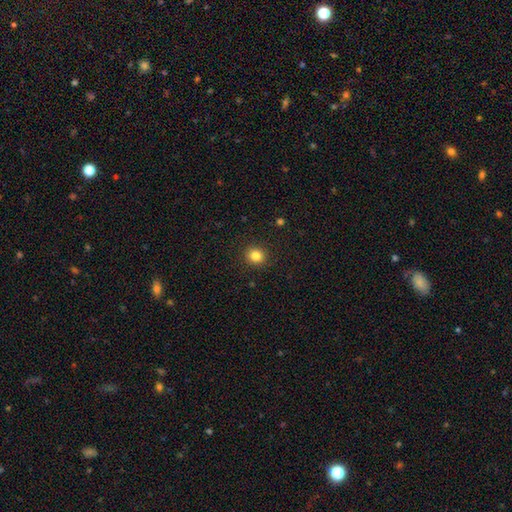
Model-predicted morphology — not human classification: Overall: smooth (83%). How rounded: round (89%). Merging: none (91%).